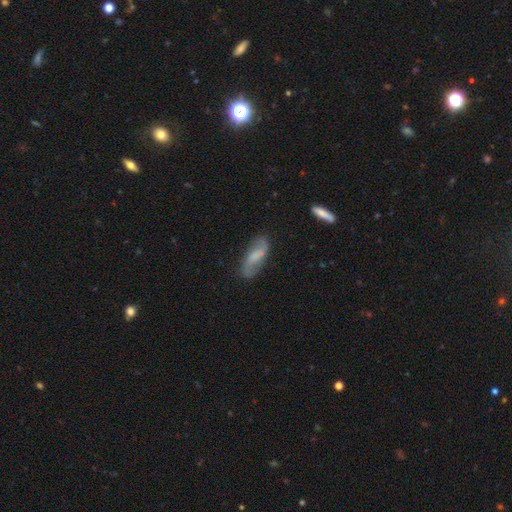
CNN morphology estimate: Smooth or featured: featured or disk — 57% (smooth — 36%)
Edge-on disk: no — 90% (yes — 10%)
Bar: weak — 49% (no — 29%)
Spiral arms: yes — 89% (no — 11%)
Bulge size: none — 39% (small — 29%)
Merging: none — 76% (minor disturbance — 17%)